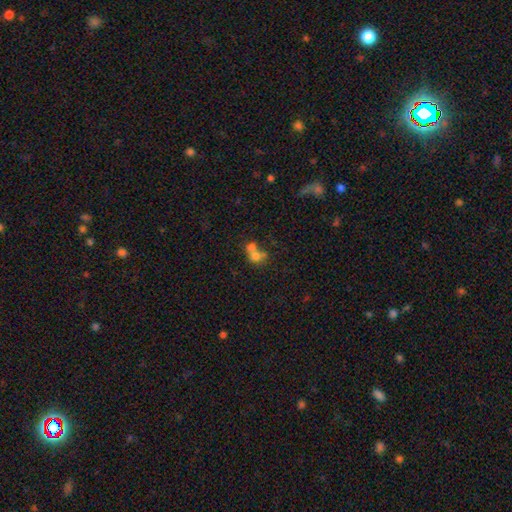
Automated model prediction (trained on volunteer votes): The model was most divided on "merging": merger: 64%, none: 27%, minor disturbance: 5%, major disturbance: 3%. More confident: how rounded — round (75%); smooth or featured — smooth (68%).